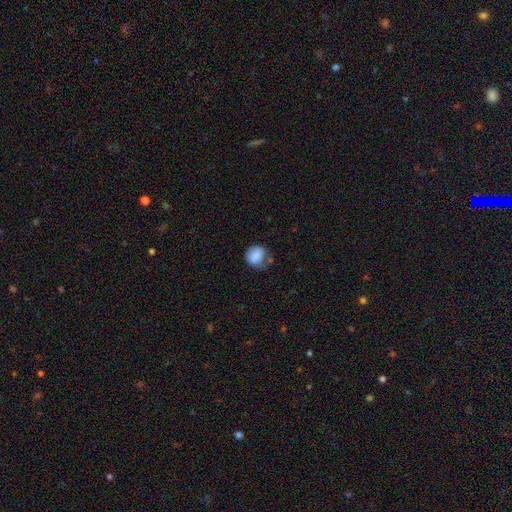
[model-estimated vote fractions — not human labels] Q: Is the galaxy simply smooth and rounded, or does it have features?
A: smooth — 85%.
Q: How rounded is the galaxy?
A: round — 76%.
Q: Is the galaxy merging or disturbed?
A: none — 58%.